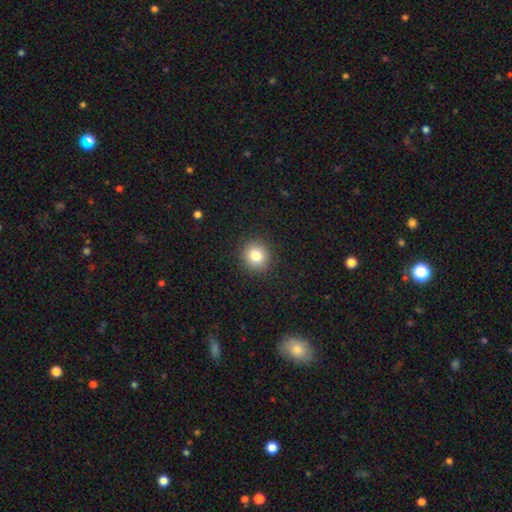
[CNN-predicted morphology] type=smooth (81%); roundness=round (90%); merging=none (91%).